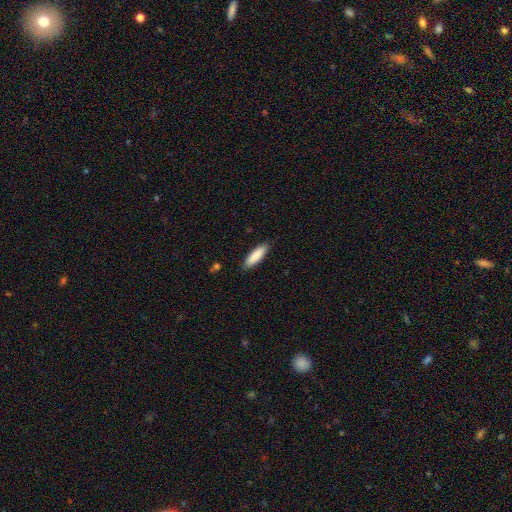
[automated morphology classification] Smooth or featured: smooth — 88% (featured or disk — 7%)
How rounded: cigar-shaped — 53% (in between — 46%)
Merging: none — 87% (minor disturbance — 10%)